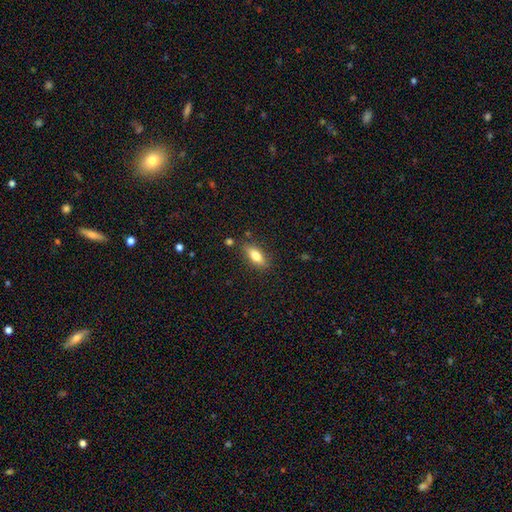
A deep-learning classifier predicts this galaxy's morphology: smooth-or-featured: smooth: 75% | featured or disk: 18% | star or artifact: 7%
  how-rounded: in between: 70% | cigar-shaped: 27% | round: 3%
  merging: none: 81% | minor disturbance: 13% | merger: 3% | major disturbance: 3%